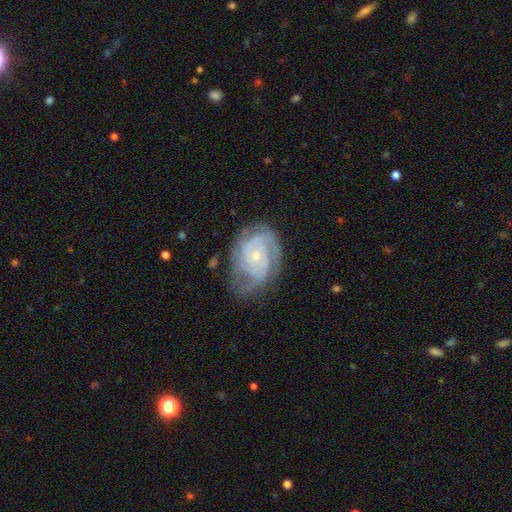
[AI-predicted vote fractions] Overall: featured or disk (87%). Edge-on disk: no (97%). Bar: no (73%). Spiral arms: yes (97%). Spiral arm count: 3 (31%; 2 29%). Spiral winding: tight (66%; medium 29%). Bulge size: small (74%). Merging: none (66%).